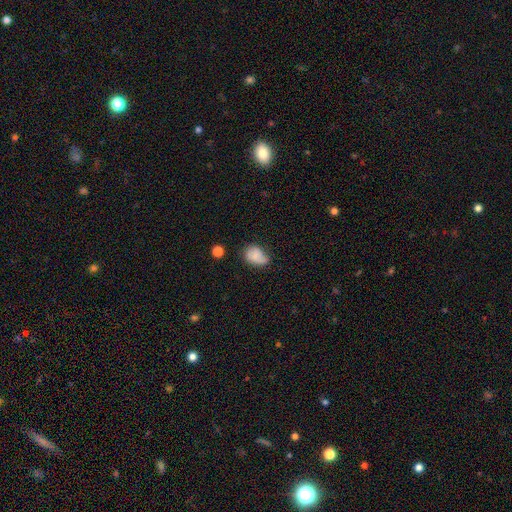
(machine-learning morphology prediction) A smooth galaxy with no disk features (73%) that is in between round and cigar-shaped (75%). Merging: none (45%).